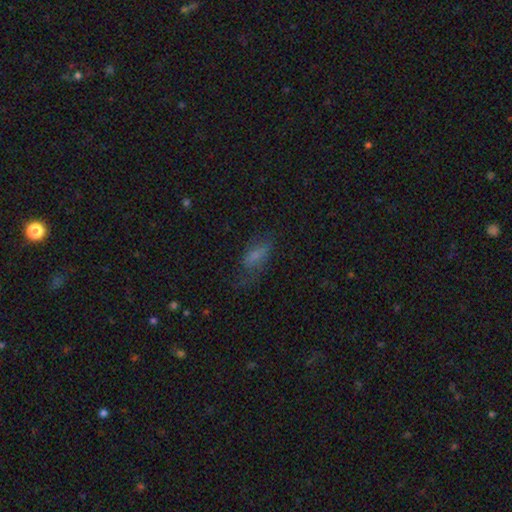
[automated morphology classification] Smooth or featured? smooth (58%)
How rounded? in between (80%)
Merging? none (49%)